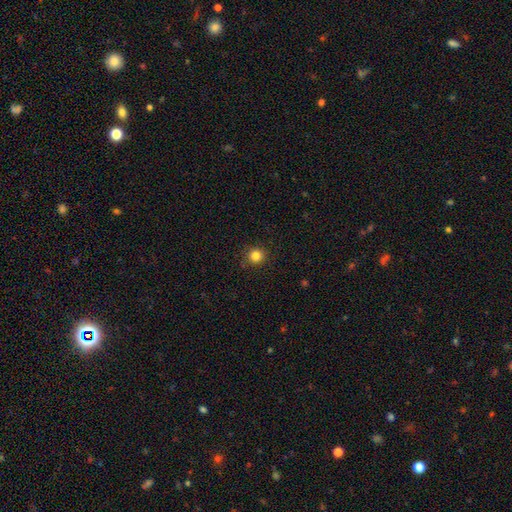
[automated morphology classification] Smooth or featured?
  - smooth: 83% *
  - star or artifact: 12%
  - featured or disk: 4%
How rounded?
  - round: 93% *
  - in between: 6%
  - cigar-shaped: 1%
Merging?
  - none: 89% *
  - minor disturbance: 8%
  - major disturbance: 2%
  - merger: 1%